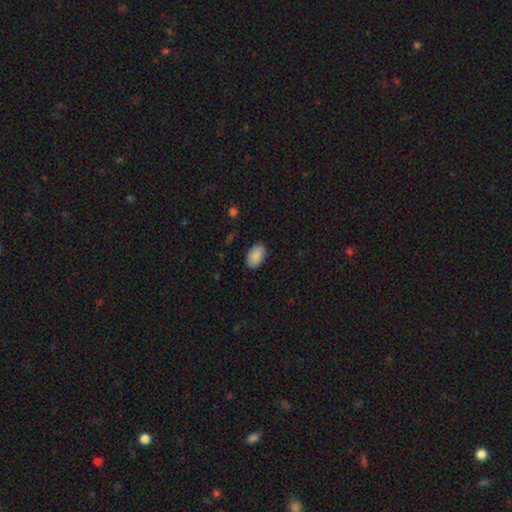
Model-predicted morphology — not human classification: Q: Smooth or featured?
A: smooth (90%); runner-up: star or artifact (7%)
Q: How rounded?
A: in between (90%); runner-up: round (9%)
Q: Merging?
A: none (87%); runner-up: minor disturbance (10%)